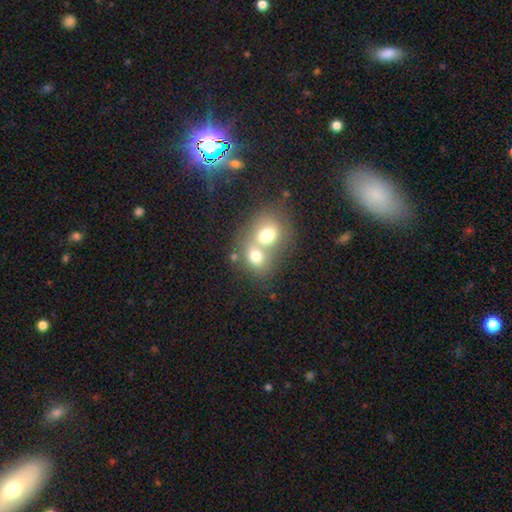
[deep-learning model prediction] smooth-or-featured: smooth: 69% | featured or disk: 21% | star or artifact: 11%
  how-rounded: round: 58% | in between: 41% | cigar-shaped: 1%
  merging: merger: 69% | none: 21% | minor disturbance: 6% | major disturbance: 4%